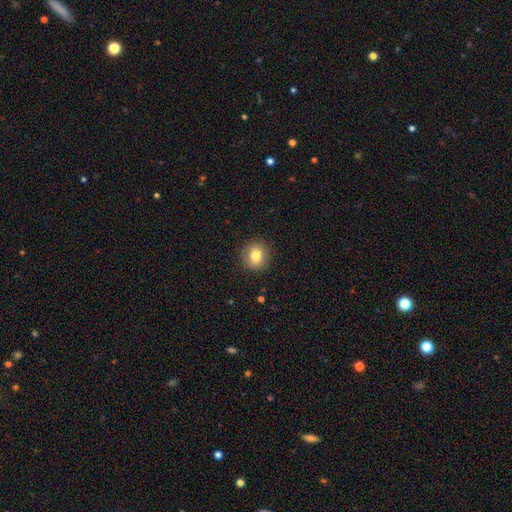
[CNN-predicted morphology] This appears to be a smooth galaxy with no disk features (81%) that is round (85%). Merging: none (90%).